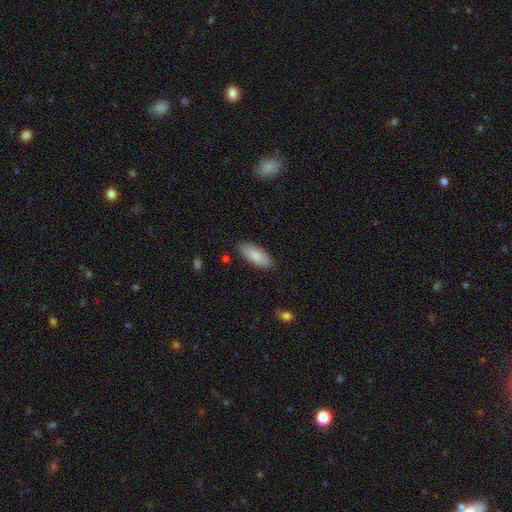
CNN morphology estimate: smooth 85%, featured or disk 9%, star or artifact 6%. Down the decision tree: how rounded — in between (81%); merging — none (86%).